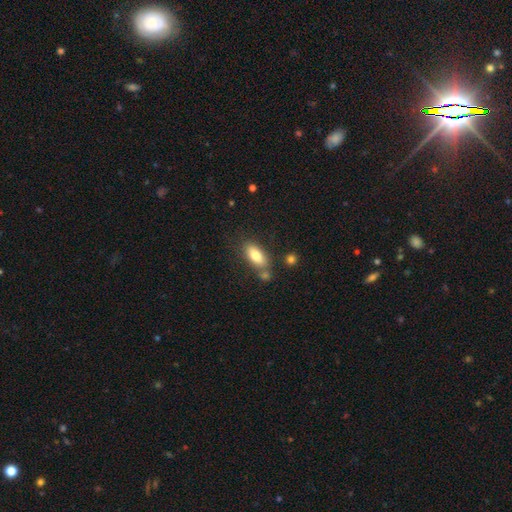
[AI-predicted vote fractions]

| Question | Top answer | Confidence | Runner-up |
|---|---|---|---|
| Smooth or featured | smooth | 79% | featured or disk (13%) |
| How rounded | in between | 84% | cigar-shaped (13%) |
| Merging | none | 67% | minor disturbance (15%) |